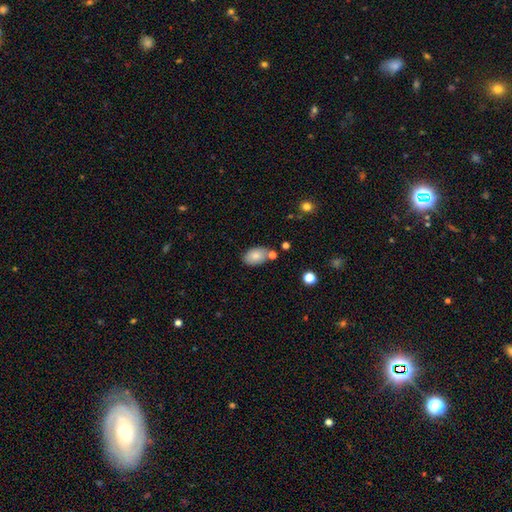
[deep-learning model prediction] Overall: smooth (82%). How rounded: in between (90%). Merging: none (71%).